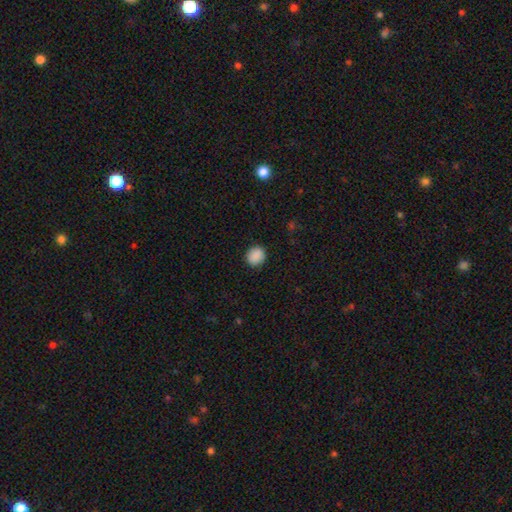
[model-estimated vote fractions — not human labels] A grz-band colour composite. It shows a smooth galaxy with no disk features (89%) that is round (81%). Merging: none (89%).